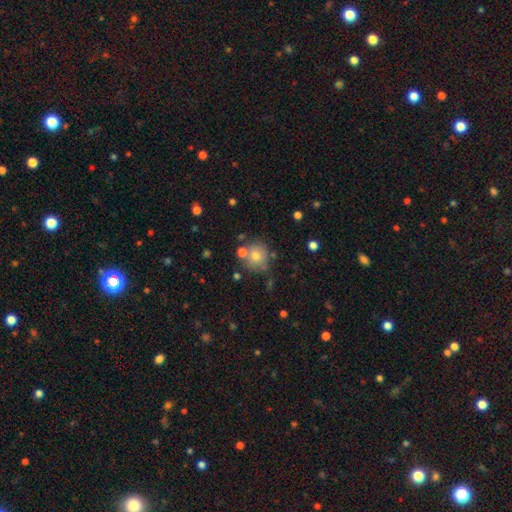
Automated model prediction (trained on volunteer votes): The model was most divided on "merging": none: 67%, minor disturbance: 14%, merger: 14%, major disturbance: 5%. More confident: how rounded — round (87%); smooth or featured — smooth (72%).